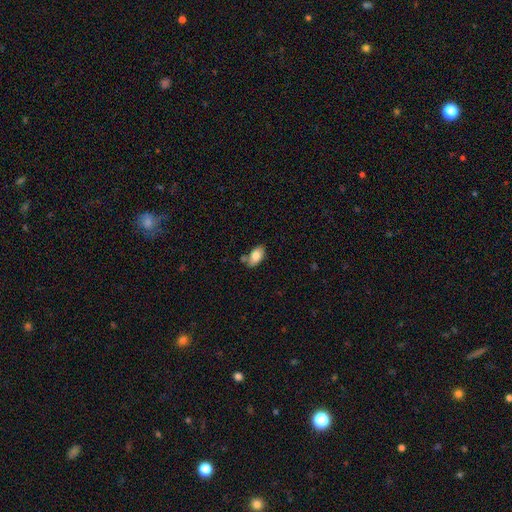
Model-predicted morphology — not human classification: The model was most divided on "merging": none: 62%, minor disturbance: 20%, merger: 13%, major disturbance: 5%. More confident: how rounded — in between (93%); smooth or featured — smooth (83%).